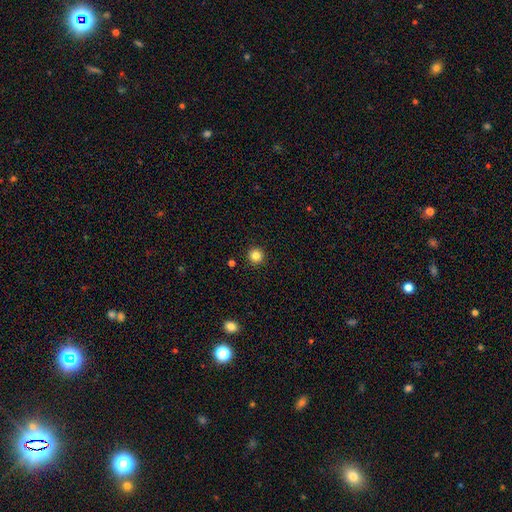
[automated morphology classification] A smooth galaxy with no disk features (84%) that is round (96%).

Vote fractions:
- Smooth or featured? smooth: 84% / star or artifact: 12% / featured or disk: 4%
- How rounded? round: 96% / in between: 3% / cigar-shaped: 1%
- Merging? none: 93% / minor disturbance: 4% / major disturbance: 1% / merger: 1%